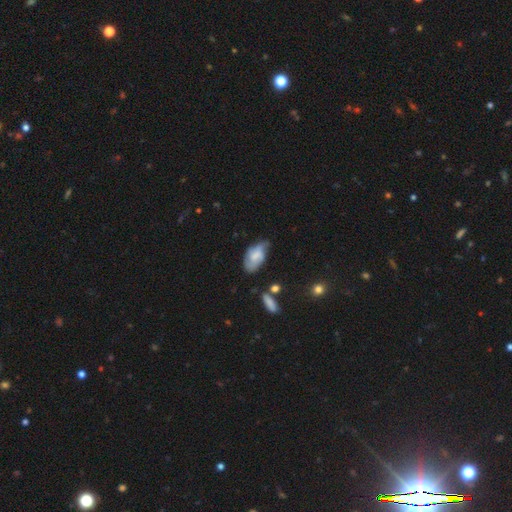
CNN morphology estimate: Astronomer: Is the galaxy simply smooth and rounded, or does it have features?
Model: smooth — 56% (runner-up: featured or disk, 36%).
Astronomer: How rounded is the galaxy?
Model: in between — 92%.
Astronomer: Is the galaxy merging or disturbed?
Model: none — 44% (runner-up: minor disturbance, 38%).